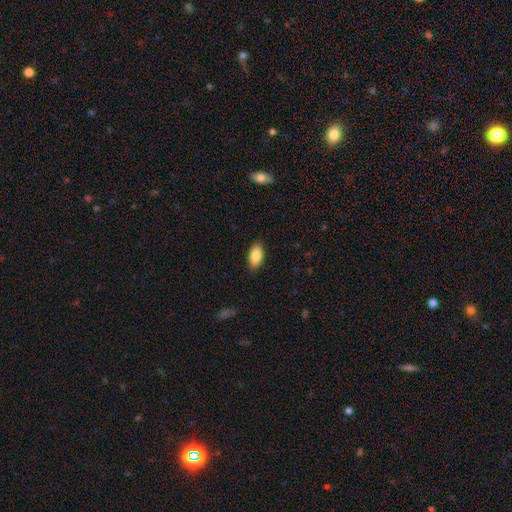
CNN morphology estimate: The model was most divided on "merging": none: 88%, minor disturbance: 9%, major disturbance: 2%, merger: 1%. More confident: how rounded — in between (92%); smooth or featured — smooth (87%).